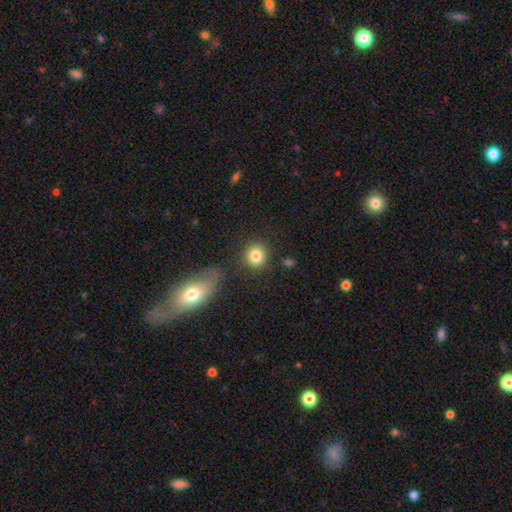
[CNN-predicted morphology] This is clearly a smooth galaxy (83%). How rounded: clearly round (87%). Merging: clearly none (82%).